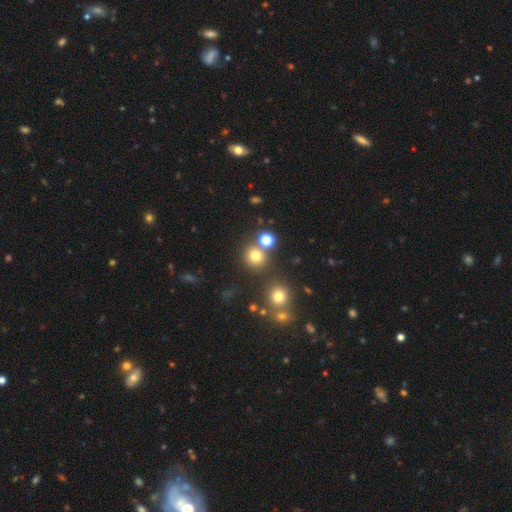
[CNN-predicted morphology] The model was most divided on "smooth or featured": smooth: 75%, star or artifact: 18%, featured or disk: 7%. More confident: how rounded — round (90%); merging — none (74%).